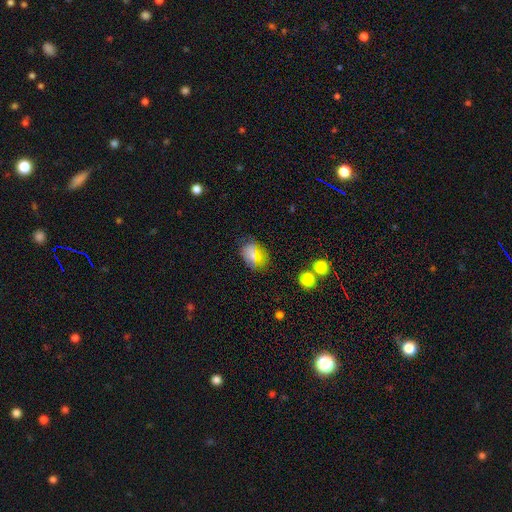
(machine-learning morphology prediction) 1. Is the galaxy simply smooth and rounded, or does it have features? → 65% smooth, 20% star or artifact, 15% featured or disk.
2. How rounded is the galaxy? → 65% in between, 32% round, 3% cigar-shaped.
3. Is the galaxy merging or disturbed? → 77% none, 15% minor disturbance, 5% major disturbance, 3% merger.